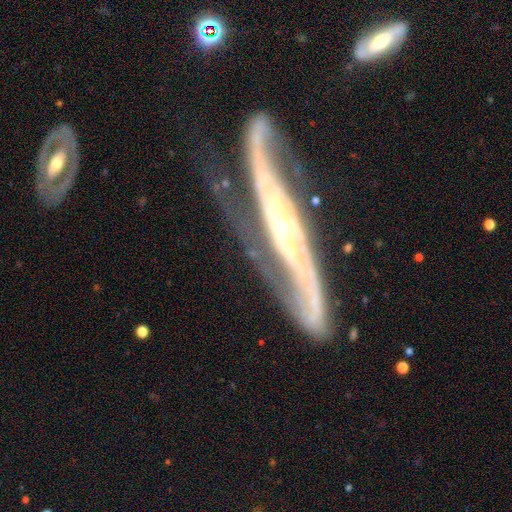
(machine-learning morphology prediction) Overall: featured or disk (89%). Edge-on disk: no (71%). Bar: no (42%; strong 31%). Spiral arms: yes (96%). Spiral arm count: 2 (82%). Spiral winding: medium (45%; tight 28%). Bulge size: small (59%; moderate 33%). Merging: none (55%; minor disturbance 22%).